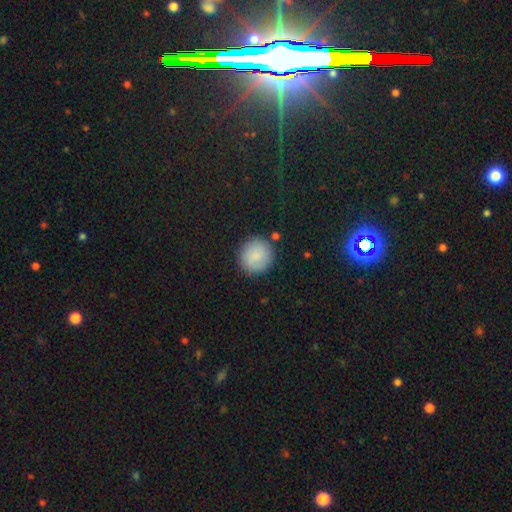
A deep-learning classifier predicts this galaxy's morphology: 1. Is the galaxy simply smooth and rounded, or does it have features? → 85% smooth, 8% star or artifact, 7% featured or disk.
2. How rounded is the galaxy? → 93% round, 6% in between, 1% cigar-shaped.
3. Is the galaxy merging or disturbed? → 86% none, 9% minor disturbance, 3% major disturbance, 3% merger.